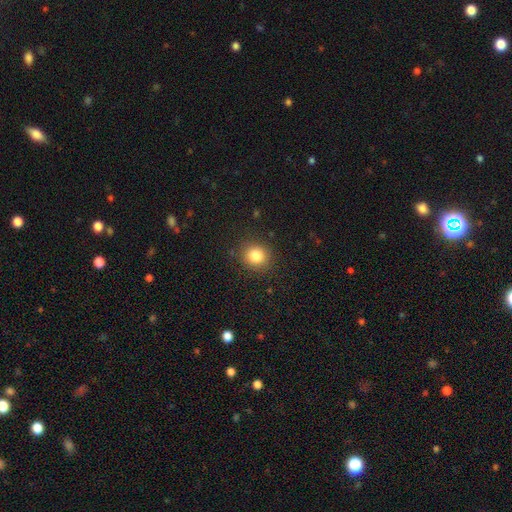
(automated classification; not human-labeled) Morphology: type=smooth (83%); roundness=round (86%); merging=none (88%).